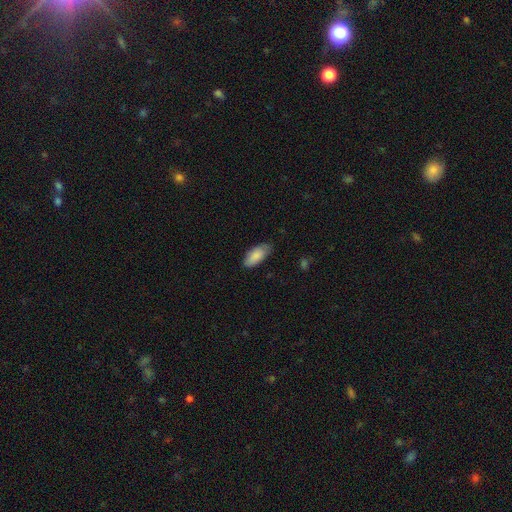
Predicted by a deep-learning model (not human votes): Smooth or featured? Predicted: smooth (p=0.86). How rounded? Predicted: in between (p=0.88). Merging? Predicted: none (p=0.75).